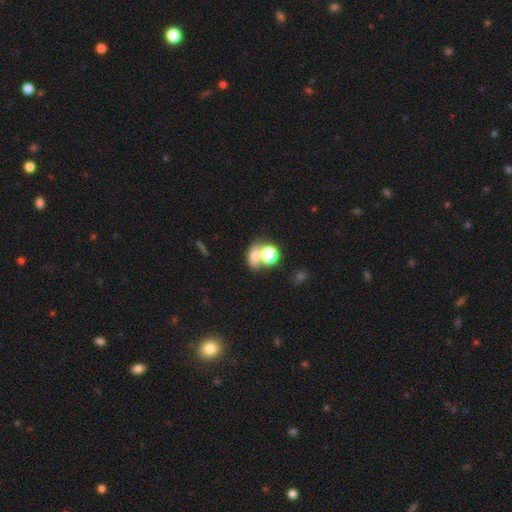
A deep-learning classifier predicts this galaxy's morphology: Overall: smooth (66%). How rounded: in between (56%; round 42%). Merging: merger (48%; none 36%).